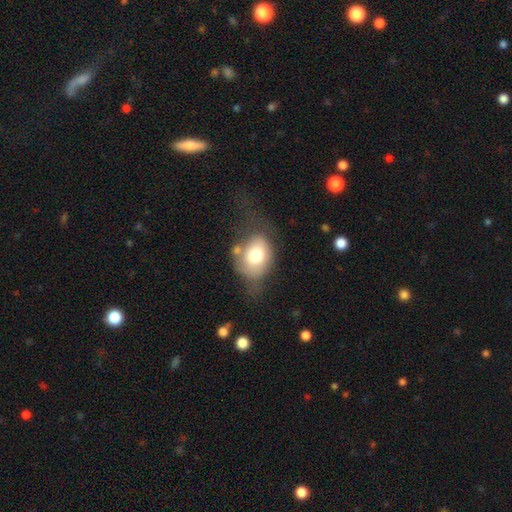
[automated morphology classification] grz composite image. It shows a smooth galaxy with no disk features (71%) that is in between round and cigar-shaped (64%). Merging: none (40%).